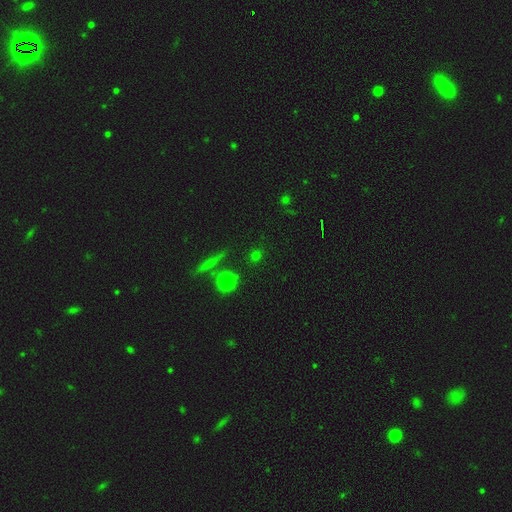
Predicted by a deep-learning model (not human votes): Smooth or featured? Predicted: smooth (p=0.65). How rounded? Predicted: round (p=0.83). Merging? Predicted: none (p=0.85).